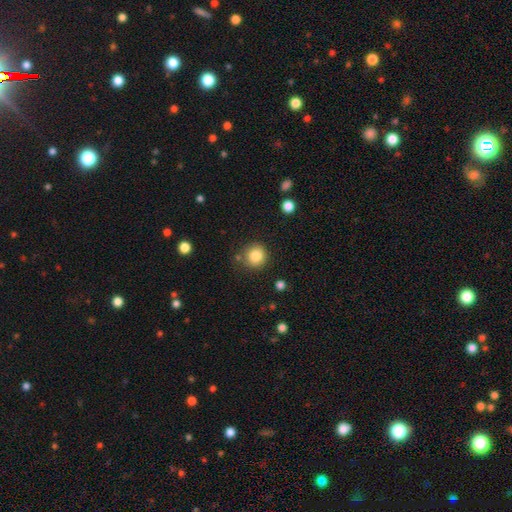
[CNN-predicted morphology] smooth 84%, star or artifact 10%, featured or disk 6%. Down the decision tree: how rounded — round (92%); merging — none (81%).